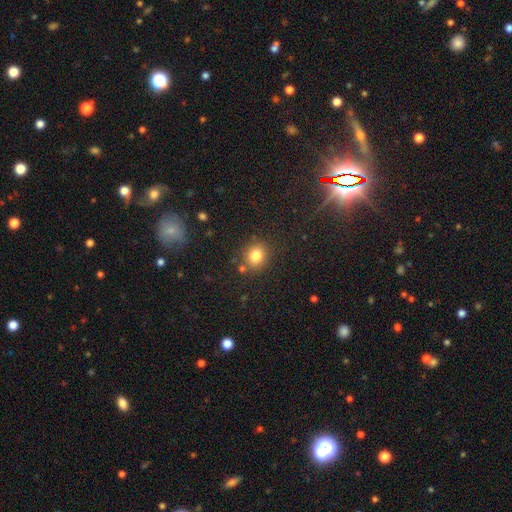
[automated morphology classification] Smooth or featured: smooth — 81% (star or artifact — 13%)
How rounded: round — 79% (in between — 20%)
Merging: none — 81% (minor disturbance — 10%)